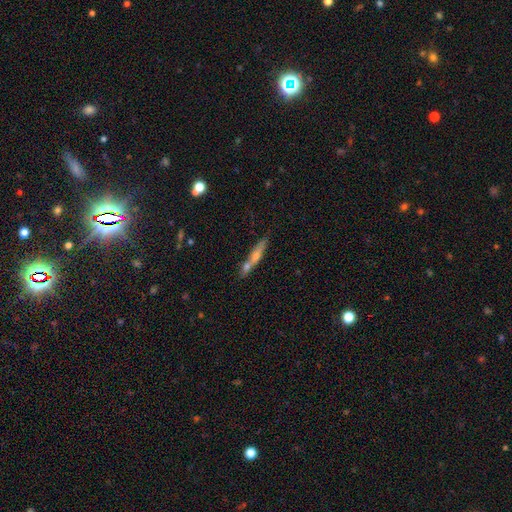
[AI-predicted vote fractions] smooth_or_featured: featured or disk (p=0.47) [alt: smooth p=0.44]
merging: none (p=0.58) [alt: merger p=0.26]